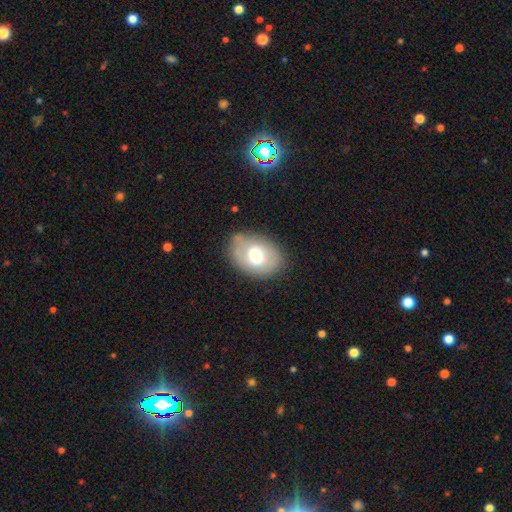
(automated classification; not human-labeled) This appears to be a smooth galaxy with no disk features (63%) that is in between round and cigar-shaped (74%). Merging: none (73%).